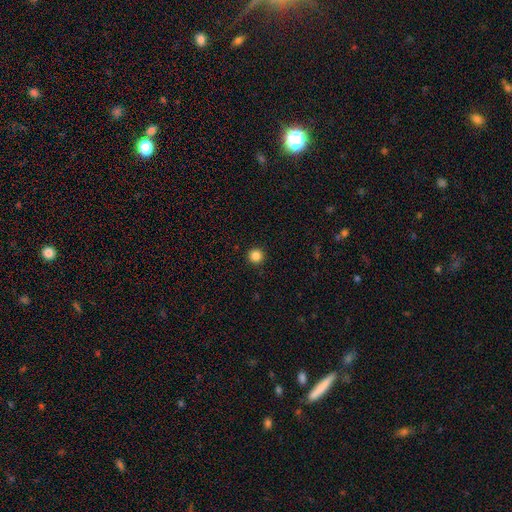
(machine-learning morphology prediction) smooth-or-featured: smooth: 85% | star or artifact: 11% | featured or disk: 3%
  how-rounded: round: 96% | in between: 3% | cigar-shaped: 1%
  merging: none: 94% | minor disturbance: 4% | major disturbance: 1% | merger: 1%